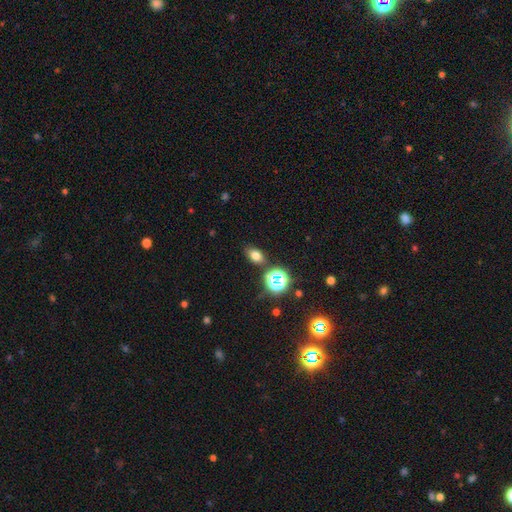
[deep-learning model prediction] smooth-or-featured: smooth: 70% | star or artifact: 21% | featured or disk: 9%
  how-rounded: in between: 77% | round: 21% | cigar-shaped: 2%
  merging: none: 81% | minor disturbance: 11% | merger: 5% | major disturbance: 3%